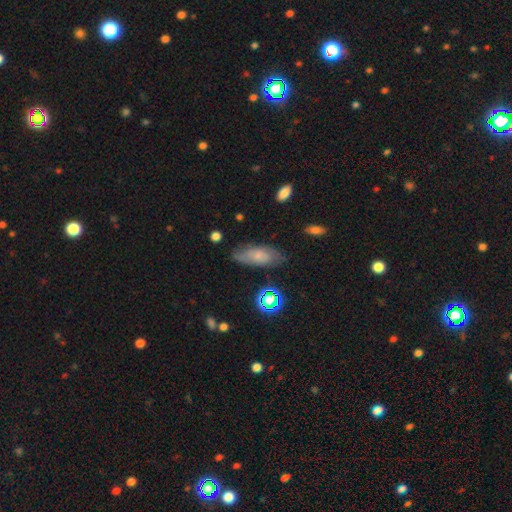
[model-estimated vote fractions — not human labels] smooth_or_featured: smooth (p=0.52) [alt: featured or disk p=0.36]
how_rounded: in between (p=0.79) [alt: cigar-shaped p=0.17]
merging: none (p=0.70) [alt: minor disturbance p=0.21]